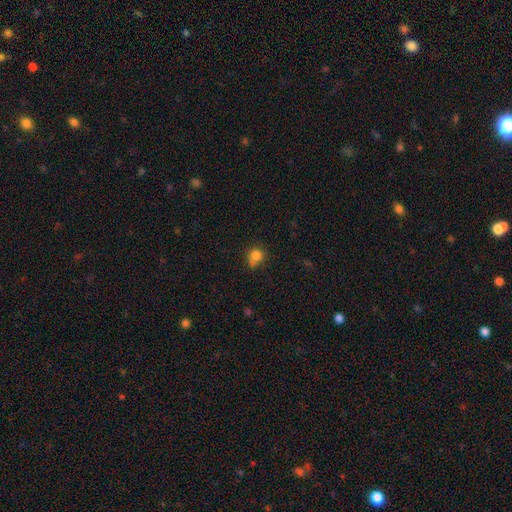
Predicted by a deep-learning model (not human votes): A smooth galaxy with no disk features (81%) that is round (79%).

Vote fractions:
- Smooth or featured? smooth: 81% / star or artifact: 12% / featured or disk: 7%
- How rounded? round: 79% / in between: 20% / cigar-shaped: 1%
- Merging? none: 50% / minor disturbance: 29% / merger: 11% / major disturbance: 10%